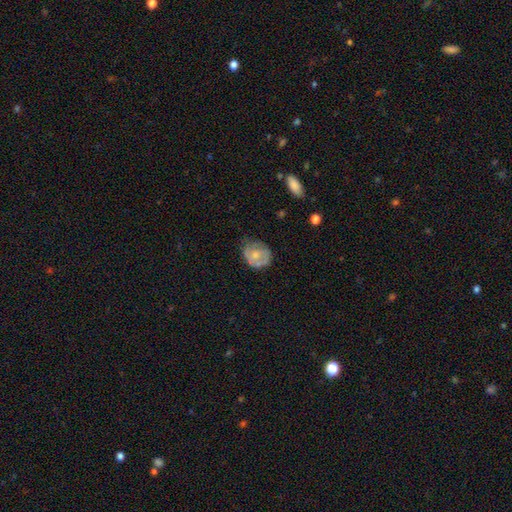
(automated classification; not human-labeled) Overall: featured or disk (47%; smooth 46%). Merging: none (52%; minor disturbance 32%).